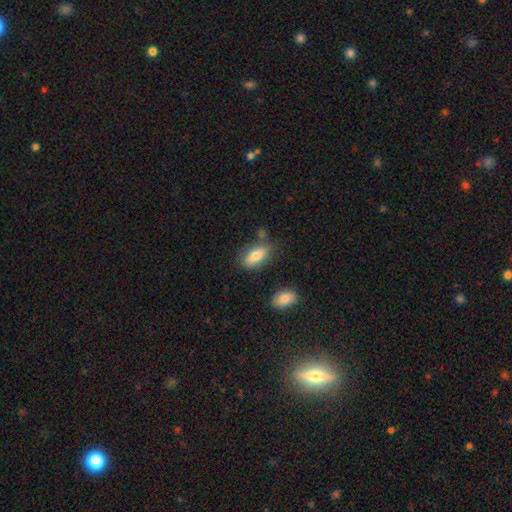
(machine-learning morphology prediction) Smooth or featured? smooth (76%)
How rounded? in between (79%)
Merging? none (72%)